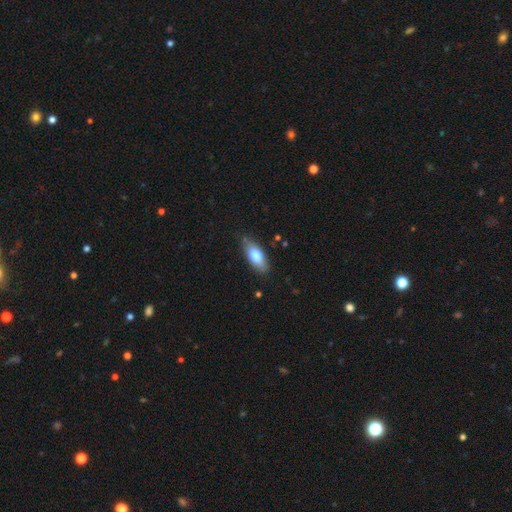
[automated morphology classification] A smooth galaxy with no disk features (73%) that is in between round and cigar-shaped (82%). Merging: none (80%).